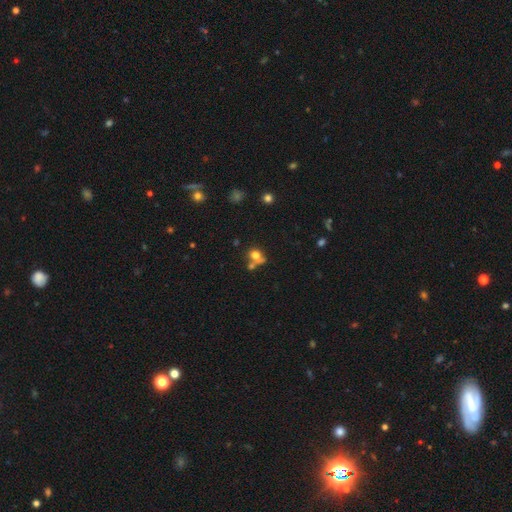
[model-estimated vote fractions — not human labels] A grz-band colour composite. It shows a smooth galaxy with no disk features (73%) that is round (68%). Merging: none (43%).